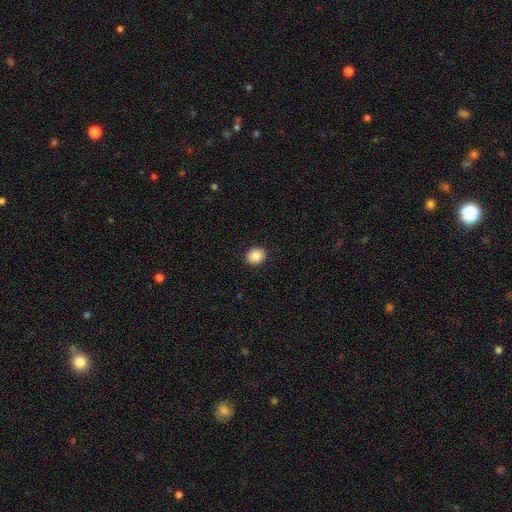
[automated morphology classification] Overall: smooth (87%). How rounded: round (69%; in between 30%). Merging: none (91%).